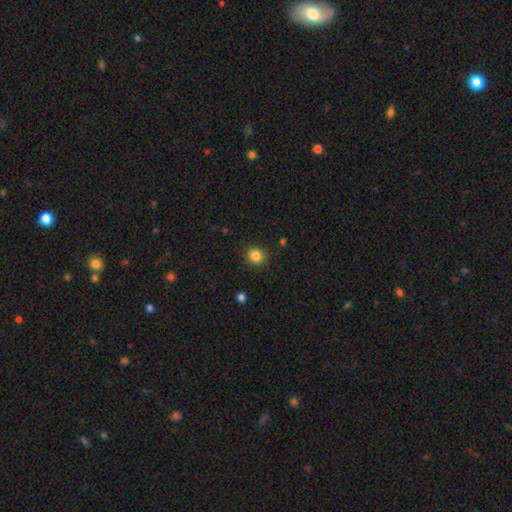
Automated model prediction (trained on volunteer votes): Morphology: type=smooth (85%); roundness=round (86%); merging=none (90%).